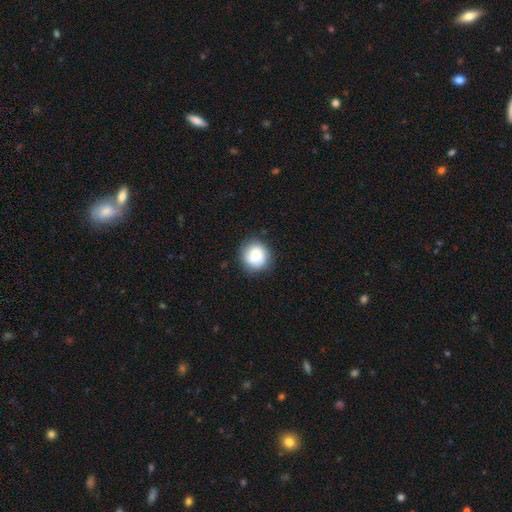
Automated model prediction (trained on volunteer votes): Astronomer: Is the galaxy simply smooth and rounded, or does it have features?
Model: smooth — 79%.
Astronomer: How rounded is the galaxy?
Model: round — 89%.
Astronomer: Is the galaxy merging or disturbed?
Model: none — 81%.